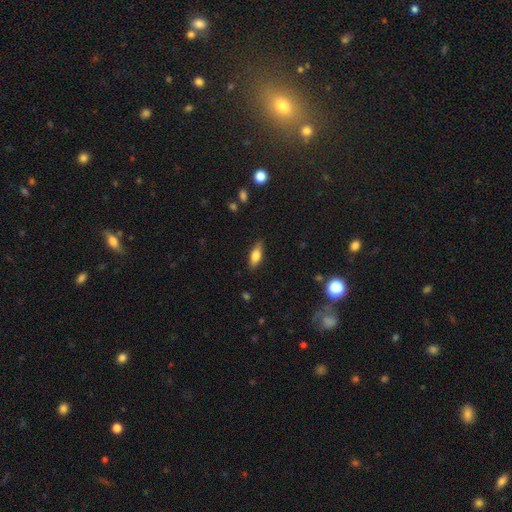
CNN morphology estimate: Q: Smooth or featured?
A: smooth (70%); runner-up: featured or disk (23%)
Q: How rounded?
A: in between (67%); runner-up: cigar-shaped (31%)
Q: Merging?
A: none (86%); runner-up: minor disturbance (11%)